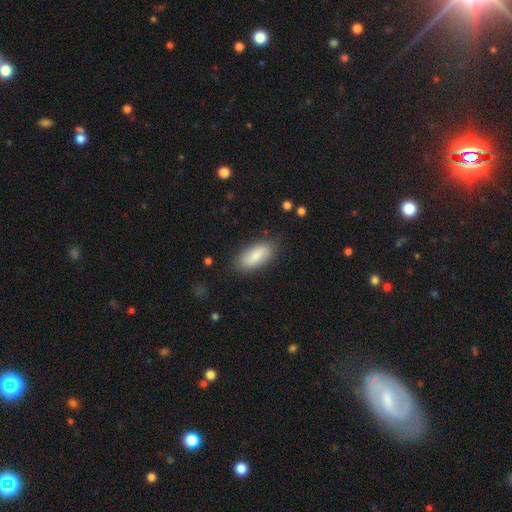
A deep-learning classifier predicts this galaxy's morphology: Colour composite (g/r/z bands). It shows a smooth galaxy with no disk features (80%) that is in between round and cigar-shaped (88%). Merging: none (83%).